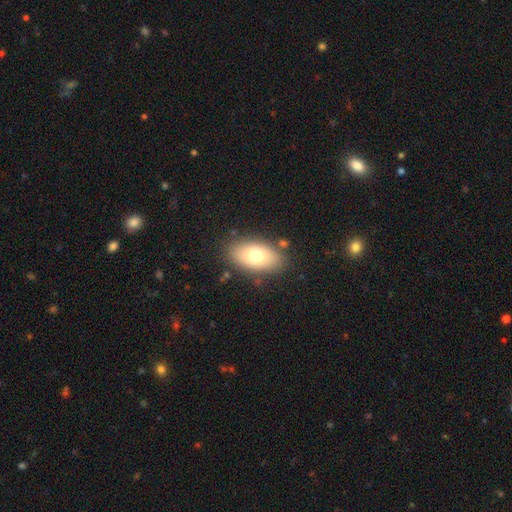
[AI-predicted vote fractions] Smooth or featured: smooth — 74% (featured or disk — 18%)
How rounded: in between — 92% (round — 6%)
Merging: none — 82% (minor disturbance — 11%)